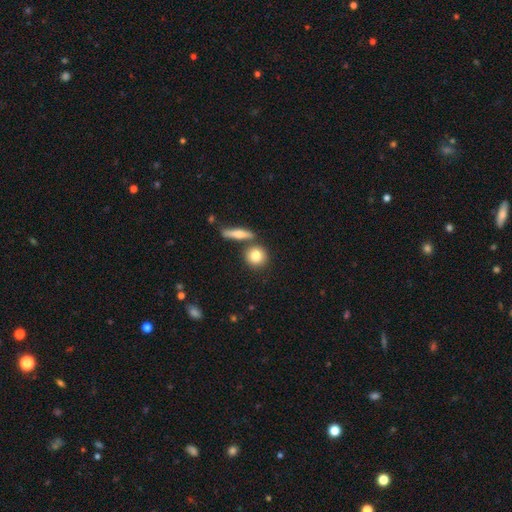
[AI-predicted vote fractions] Morphology: type=smooth (80%); roundness=round (83%); merging=none (71%).